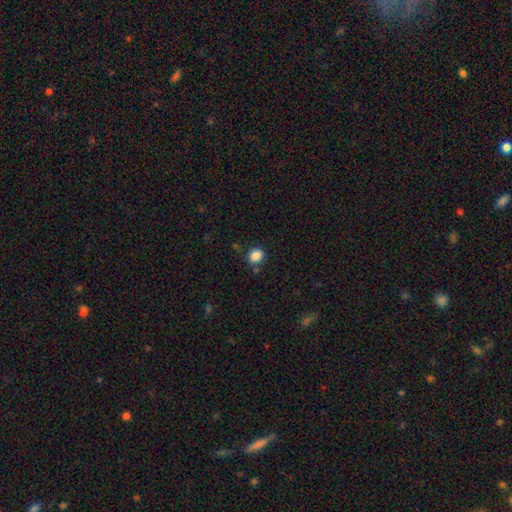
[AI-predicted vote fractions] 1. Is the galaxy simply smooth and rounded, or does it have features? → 86% smooth, 10% star or artifact, 3% featured or disk.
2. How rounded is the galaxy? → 62% round, 37% in between, 1% cigar-shaped.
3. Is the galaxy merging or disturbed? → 78% none, 13% minor disturbance, 5% merger, 4% major disturbance.